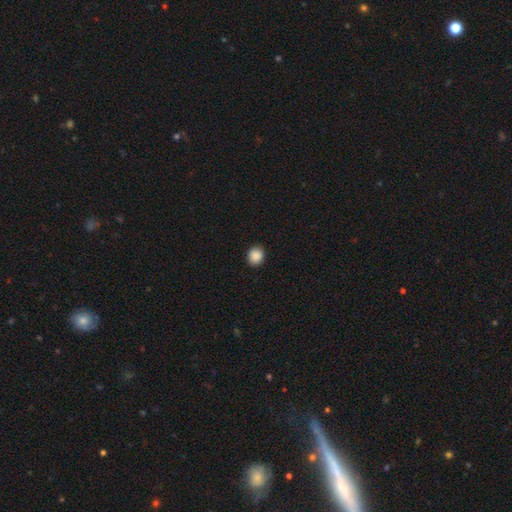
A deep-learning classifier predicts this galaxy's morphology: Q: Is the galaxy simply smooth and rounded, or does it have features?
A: smooth — 89%.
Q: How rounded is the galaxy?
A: round — 74%.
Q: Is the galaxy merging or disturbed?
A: none — 90%.